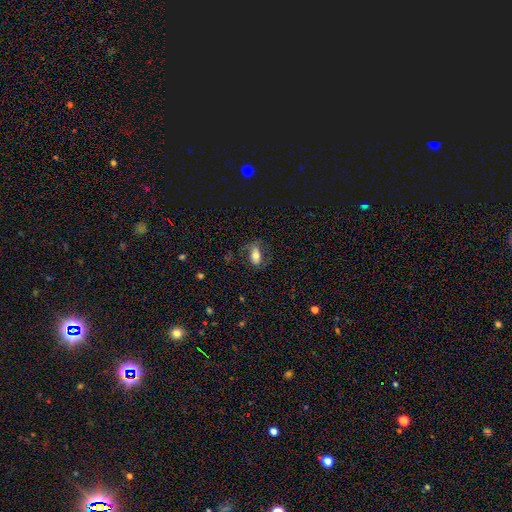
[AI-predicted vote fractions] Smooth or featured? Predicted: smooth (p=0.63). How rounded? Predicted: in between (p=0.86). Merging? Predicted: none (p=0.65).